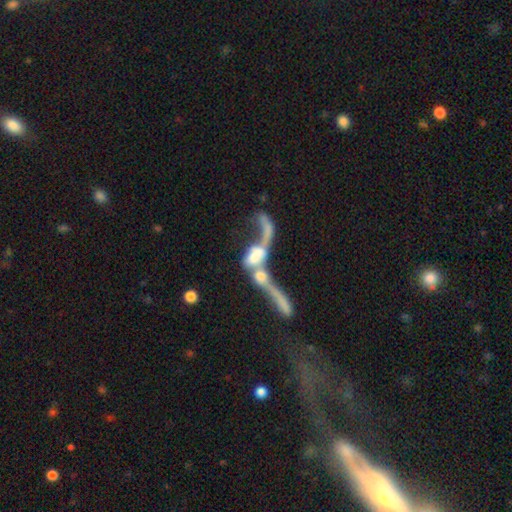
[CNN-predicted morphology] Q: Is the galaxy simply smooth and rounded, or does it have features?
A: featured or disk — 52%.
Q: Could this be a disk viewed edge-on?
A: no — 78%.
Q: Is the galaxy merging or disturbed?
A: merger — 73%.